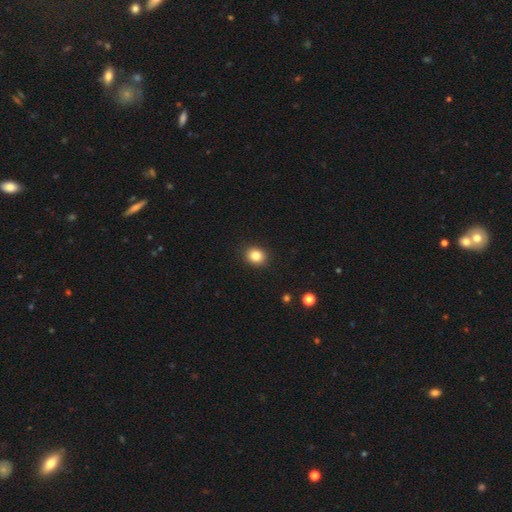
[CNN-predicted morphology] Overall: smooth (84%). How rounded: round (66%; in between 33%). Merging: none (91%).